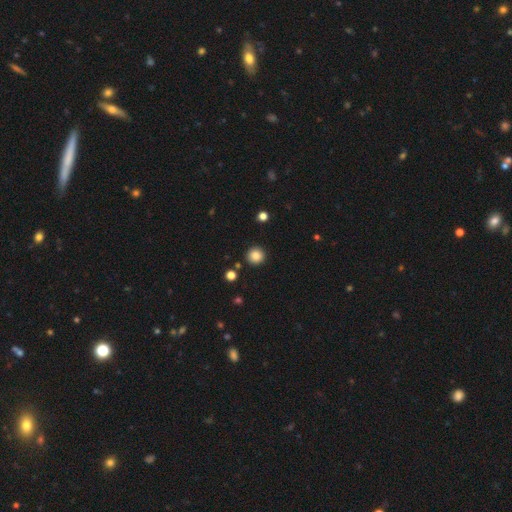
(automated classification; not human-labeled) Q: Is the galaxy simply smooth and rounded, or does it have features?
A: smooth — 85%.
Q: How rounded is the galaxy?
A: round — 94%.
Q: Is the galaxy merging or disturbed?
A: none — 91%.